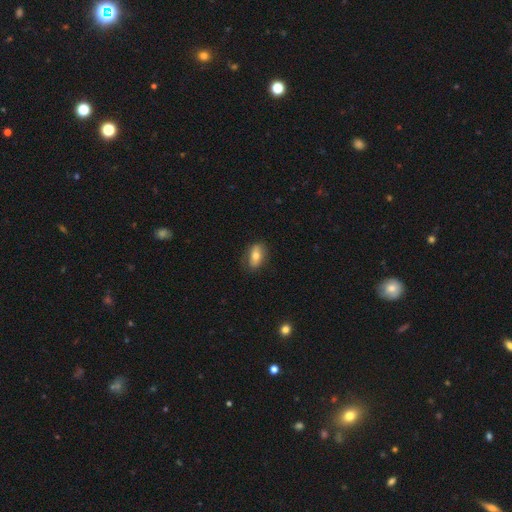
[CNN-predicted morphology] Smooth or featured? smooth (68%)
How rounded? in between (86%)
Merging? none (78%)